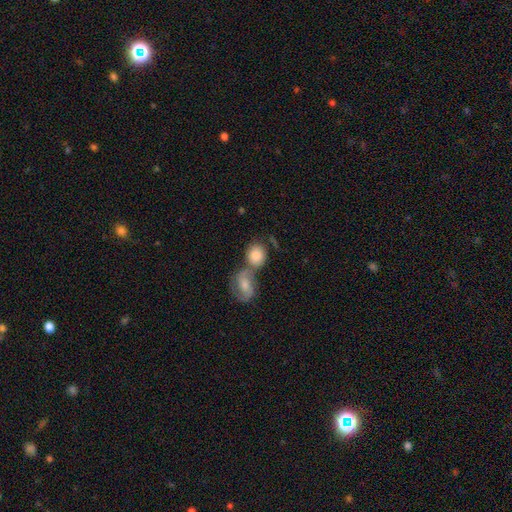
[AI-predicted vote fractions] smooth_or_featured: smooth (p=0.78) [alt: featured or disk p=0.15]
how_rounded: round (p=0.72) [alt: in between p=0.27]
merging: merger (p=0.56) [alt: none p=0.30]